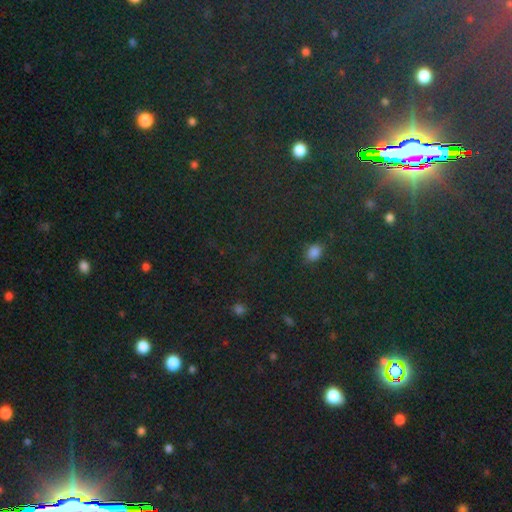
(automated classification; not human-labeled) This appears to be a star or artifact, not a galaxy (76%).